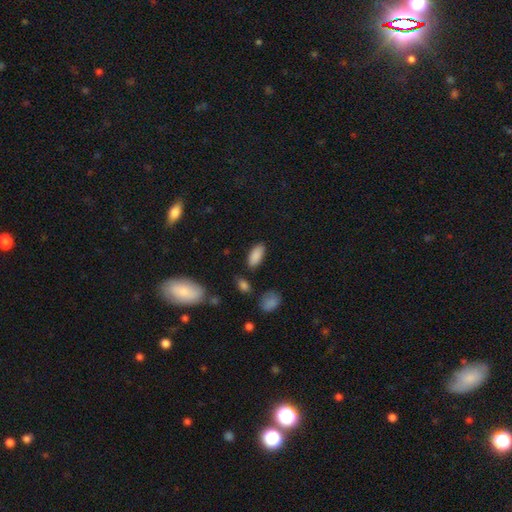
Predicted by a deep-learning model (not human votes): A smooth galaxy with no disk features (88%) that is in between round and cigar-shaped (90%). Merging: none (84%).